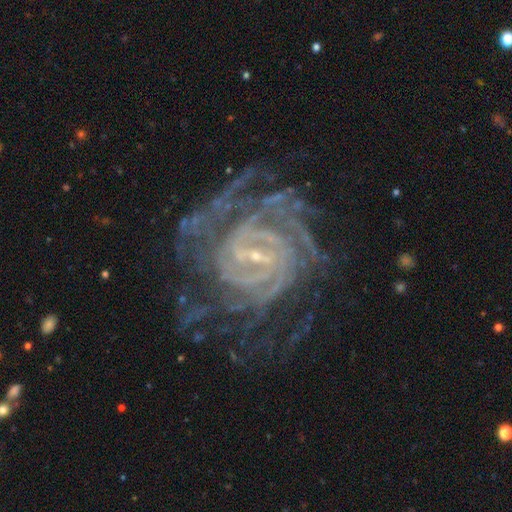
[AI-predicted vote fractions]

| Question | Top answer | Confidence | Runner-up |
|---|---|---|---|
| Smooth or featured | featured or disk | 89% | star or artifact (7%) |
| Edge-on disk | no | 97% | yes (3%) |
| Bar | weak | 45% | strong (39%) |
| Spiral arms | yes | 97% | no (3%) |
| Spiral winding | tight | 73% | medium (23%) |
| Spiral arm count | can't tell | 26% | 4 (20%) |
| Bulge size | small | 83% | moderate (10%) |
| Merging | none | 64% | minor disturbance (18%) |